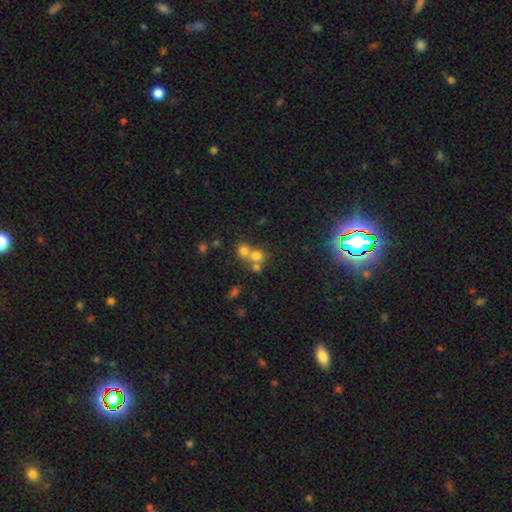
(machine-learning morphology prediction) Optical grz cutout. It shows a smooth galaxy with no disk features (65%) that is round (79%). Merging: merger (57%).